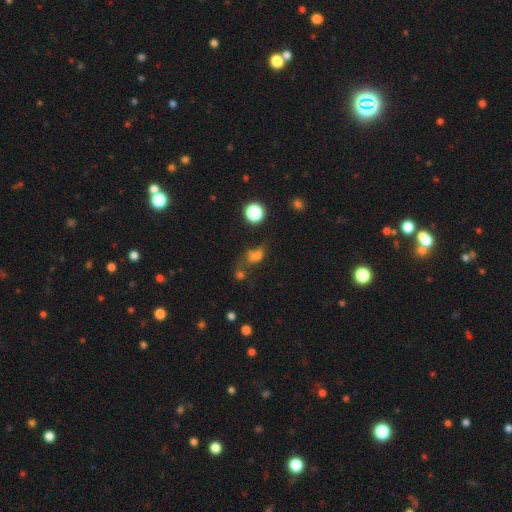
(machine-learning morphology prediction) Overall: smooth (60%; star or artifact 23%). How rounded: in between (60%; round 36%). Merging: none (31%; merger 29%).